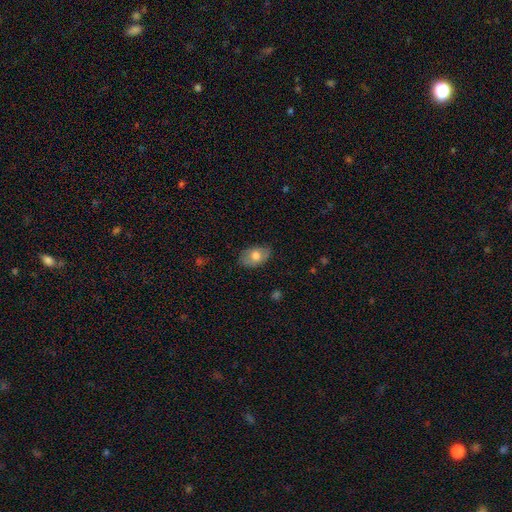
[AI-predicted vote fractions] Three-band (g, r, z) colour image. It shows a smooth galaxy with no disk features (71%) that is in between round and cigar-shaped (89%). Merging: none (77%).